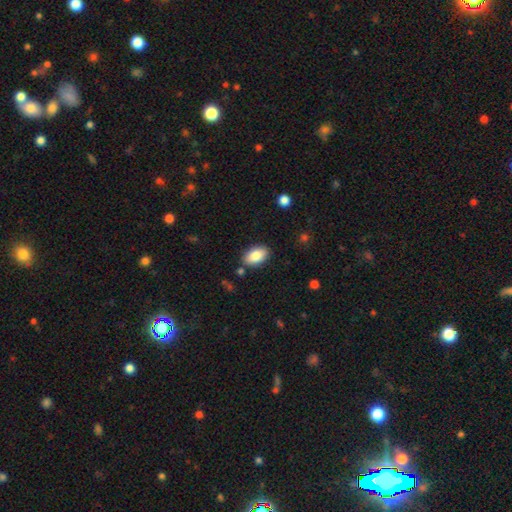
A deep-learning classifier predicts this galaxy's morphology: Smooth or featured? Predicted: smooth (p=0.84). How rounded? Predicted: in between (p=0.92). Merging? Predicted: none (p=0.85).